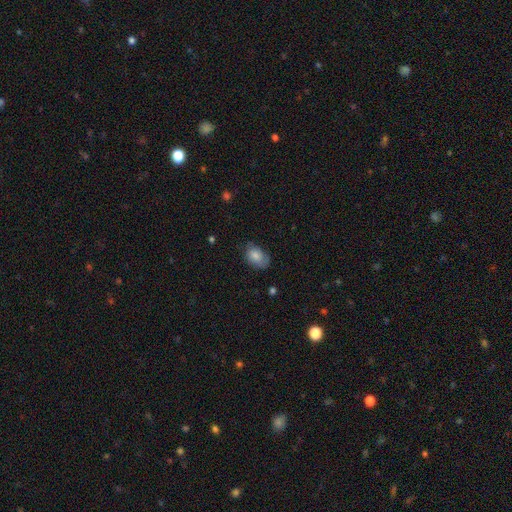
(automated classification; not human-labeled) smooth_or_featured: smooth (p=0.77) [alt: featured or disk p=0.16]
how_rounded: in between (p=0.86) [alt: round p=0.13]
merging: none (p=0.63) [alt: minor disturbance p=0.28]